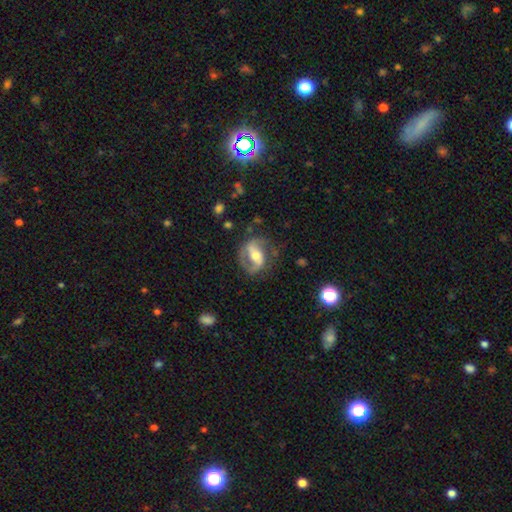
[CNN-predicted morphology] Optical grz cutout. It shows a featured or disk galaxy (78%) with a strong bar (46%), 2 (80%) medium (49%) spiral arms (88%) and a moderate central bulge (64%). Merging: none (67%).